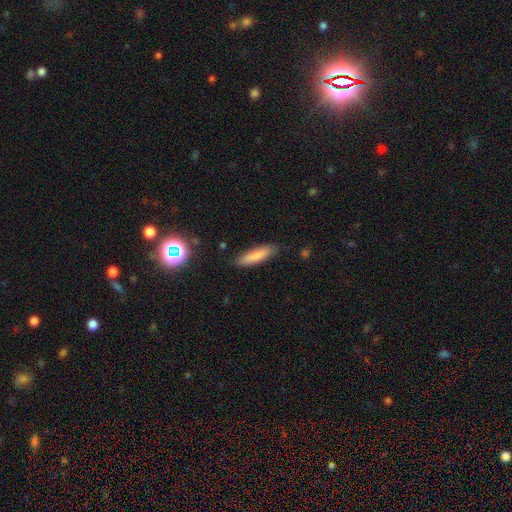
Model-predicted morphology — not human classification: smooth_or_featured: smooth (p=0.82) [alt: featured or disk p=0.11]
how_rounded: cigar-shaped (p=0.77) [alt: in between p=0.22]
merging: none (p=0.86) [alt: minor disturbance p=0.10]